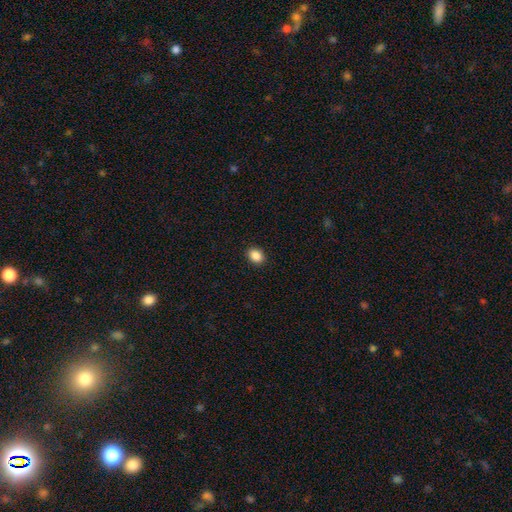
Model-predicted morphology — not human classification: smooth_or_featured: smooth (p=0.88) [alt: star or artifact p=0.09]
how_rounded: in between (p=0.66) [alt: round p=0.33]
merging: none (p=0.91) [alt: minor disturbance p=0.06]